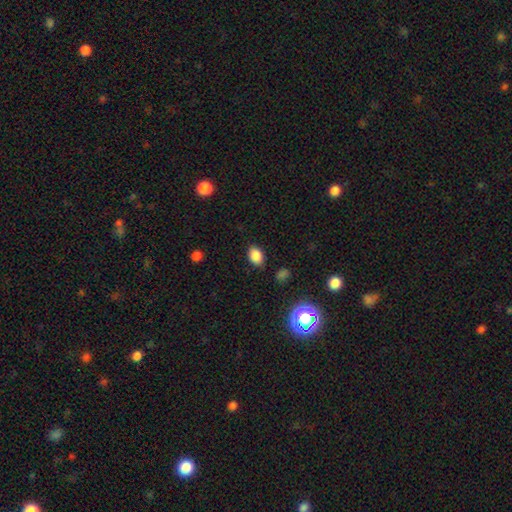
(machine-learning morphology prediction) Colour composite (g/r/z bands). It shows a smooth galaxy with no disk features (84%) that is in between round and cigar-shaped (78%). Merging: none (83%).